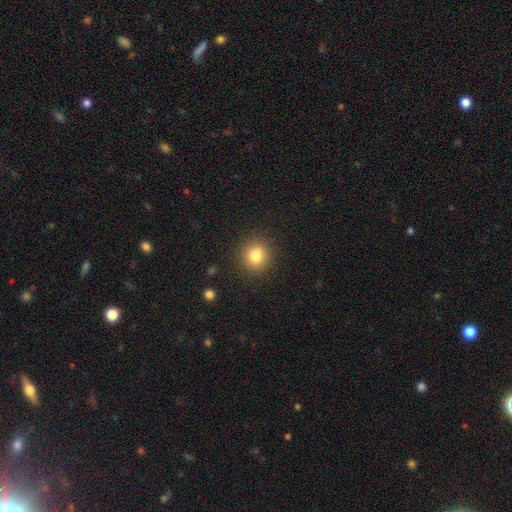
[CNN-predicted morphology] Smooth or featured: smooth — 81% (star or artifact — 12%)
How rounded: round — 85% (in between — 14%)
Merging: none — 88% (minor disturbance — 8%)